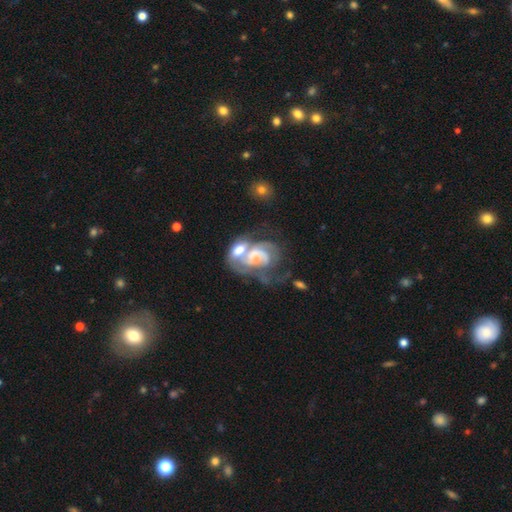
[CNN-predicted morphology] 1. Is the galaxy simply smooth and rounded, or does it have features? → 72% featured or disk, 21% smooth, 7% star or artifact.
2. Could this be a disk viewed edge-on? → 97% no, 3% yes.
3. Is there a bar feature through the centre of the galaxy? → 63% no, 28% weak, 8% strong.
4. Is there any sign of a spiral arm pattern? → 78% yes, 22% no.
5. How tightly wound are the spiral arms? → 39% tight (tied), 39% medium (tied), 23% loose.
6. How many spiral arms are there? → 49% 2, 26% can't tell, 15% 1, 6% 3, 2% 4, 2% more than 4.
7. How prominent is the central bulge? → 40% moderate, 28% small, 18% large, 11% none, 3% dominant.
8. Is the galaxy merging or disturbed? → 65% merger, 16% major disturbance, 11% none, 8% minor disturbance.